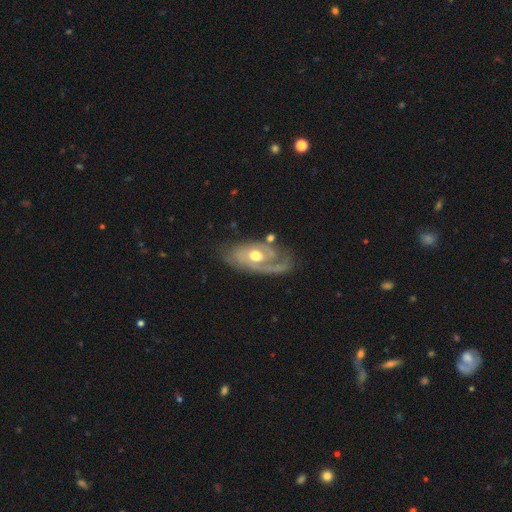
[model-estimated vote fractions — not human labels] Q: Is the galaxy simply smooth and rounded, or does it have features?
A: featured or disk — 80%.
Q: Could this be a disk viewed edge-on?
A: no — 93%.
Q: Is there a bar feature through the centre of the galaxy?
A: no — 76%.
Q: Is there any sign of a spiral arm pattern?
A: yes — 83%.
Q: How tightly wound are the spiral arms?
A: tight — 53%.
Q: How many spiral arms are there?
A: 1 — 41%.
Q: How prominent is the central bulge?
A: moderate — 76%.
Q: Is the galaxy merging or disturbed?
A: none — 57%.